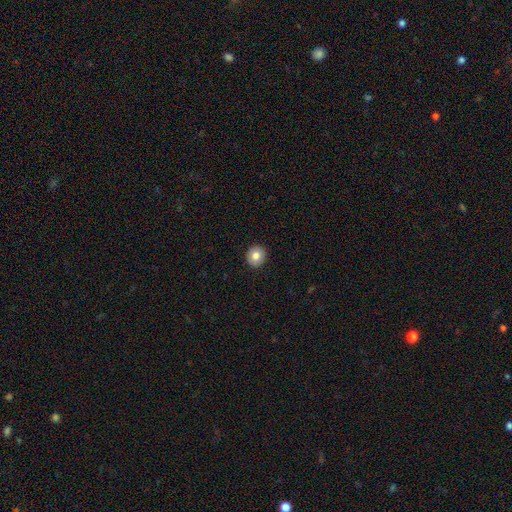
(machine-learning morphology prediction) Smooth or featured?
  - smooth: 81% *
  - featured or disk: 11%
  - star or artifact: 9%
How rounded?
  - round: 86% *
  - in between: 13%
  - cigar-shaped: 1%
Merging?
  - none: 92% *
  - minor disturbance: 5%
  - major disturbance: 2%
  - merger: 1%